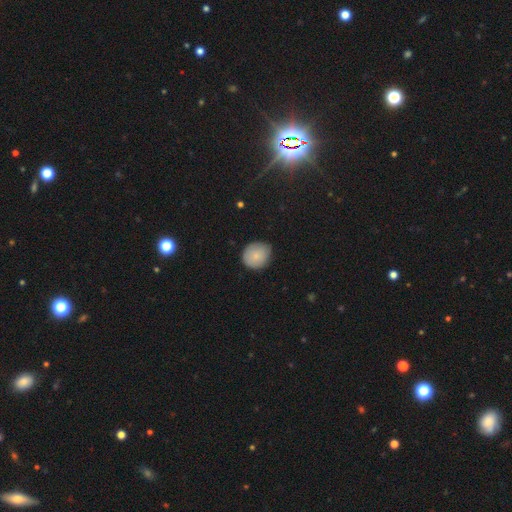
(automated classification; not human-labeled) A smooth galaxy with no disk features (83%) that is round (82%).

Vote fractions:
- Smooth or featured? smooth: 83% / featured or disk: 10% / star or artifact: 8%
- How rounded? round: 82% / in between: 17% / cigar-shaped: 1%
- Merging? none: 76% / minor disturbance: 20% / major disturbance: 3% / merger: 1%